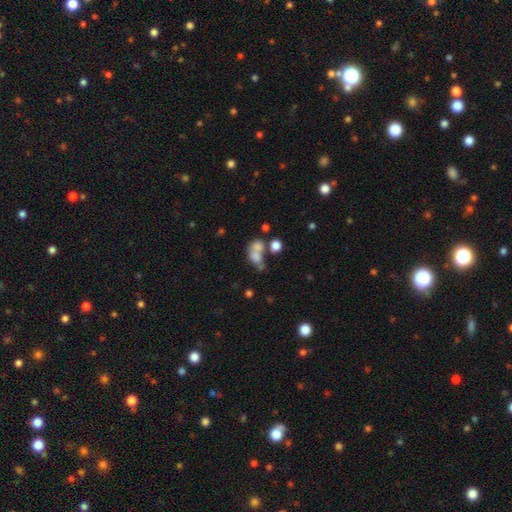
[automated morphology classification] This is likely a smooth galaxy (68%). How rounded: likely in between (64%). Merging: possibly merger (54%).